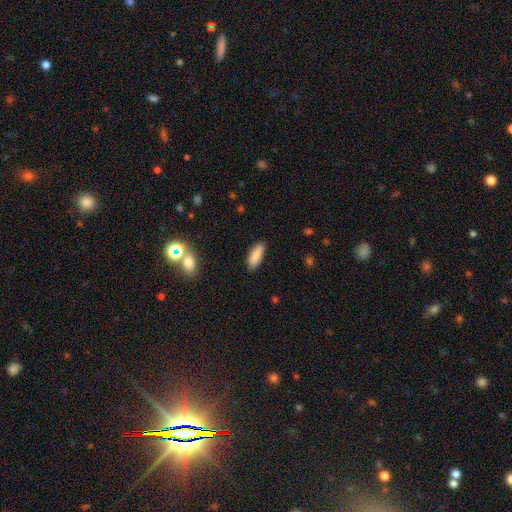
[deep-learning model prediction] Smooth or featured? Predicted: smooth (p=0.88). How rounded? Predicted: in between (p=0.73). Merging? Predicted: none (p=0.87).